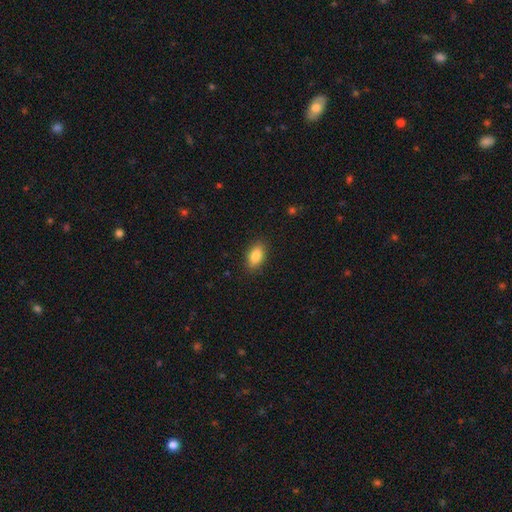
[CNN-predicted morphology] smooth_or_featured: smooth (p=0.86) [alt: star or artifact p=0.08]
how_rounded: in between (p=0.90) [alt: round p=0.07]
merging: none (p=0.87) [alt: minor disturbance p=0.09]